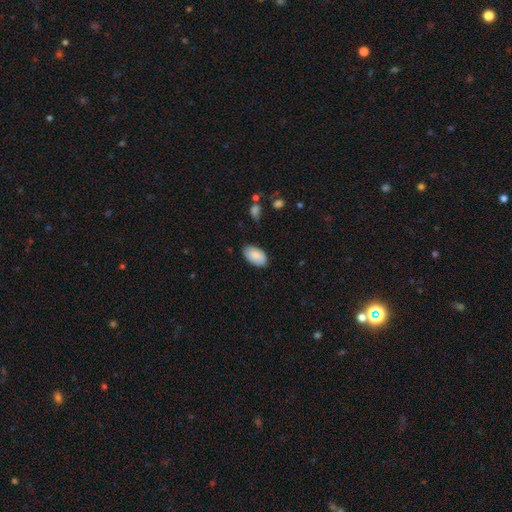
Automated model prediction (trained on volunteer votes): smooth_or_featured: smooth (p=0.87) [alt: featured or disk p=0.07]
how_rounded: in between (p=0.95) [alt: round p=0.04]
merging: none (p=0.84) [alt: minor disturbance p=0.13]